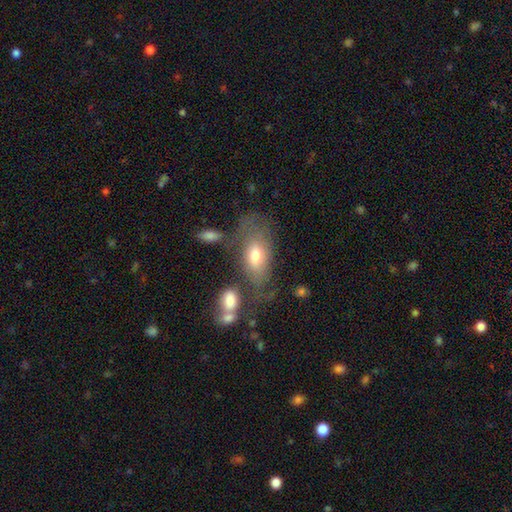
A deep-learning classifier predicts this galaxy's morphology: Overall: smooth (67%). How rounded: in between (89%). Merging: none (49%; minor disturbance 23%).